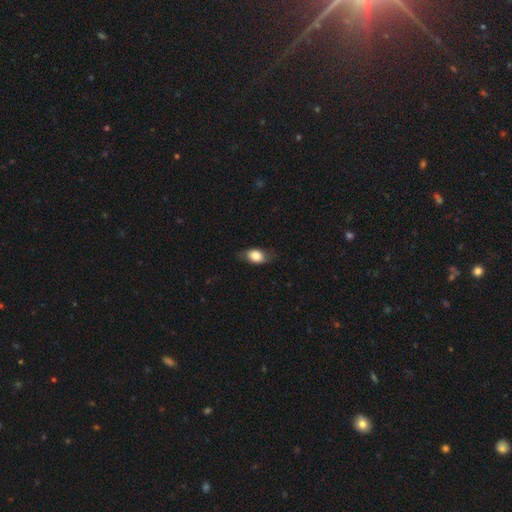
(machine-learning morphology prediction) A smooth galaxy with no disk features (78%) that is in between round and cigar-shaped (83%).

Vote fractions:
- Smooth or featured? smooth: 78% / featured or disk: 15% / star or artifact: 7%
- How rounded? in between: 83% / round: 13% / cigar-shaped: 4%
- Merging? none: 73% / minor disturbance: 20% / major disturbance: 6% / merger: 1%